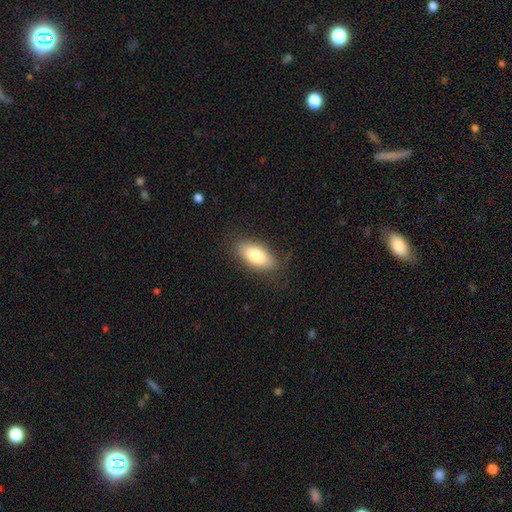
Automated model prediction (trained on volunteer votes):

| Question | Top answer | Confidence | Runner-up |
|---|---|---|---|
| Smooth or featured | smooth | 81% | featured or disk (13%) |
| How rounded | in between | 89% | cigar-shaped (8%) |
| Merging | none | 78% | minor disturbance (16%) |